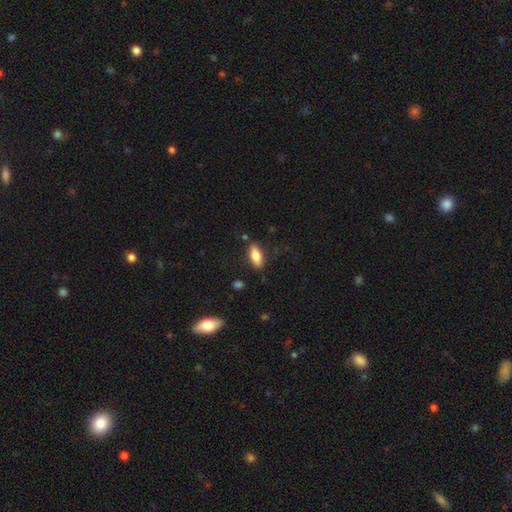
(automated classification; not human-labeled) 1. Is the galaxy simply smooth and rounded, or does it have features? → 76% smooth, 17% featured or disk, 7% star or artifact.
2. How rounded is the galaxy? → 74% in between, 23% cigar-shaped, 2% round.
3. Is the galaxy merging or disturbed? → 82% none, 13% minor disturbance, 3% major disturbance, 2% merger.